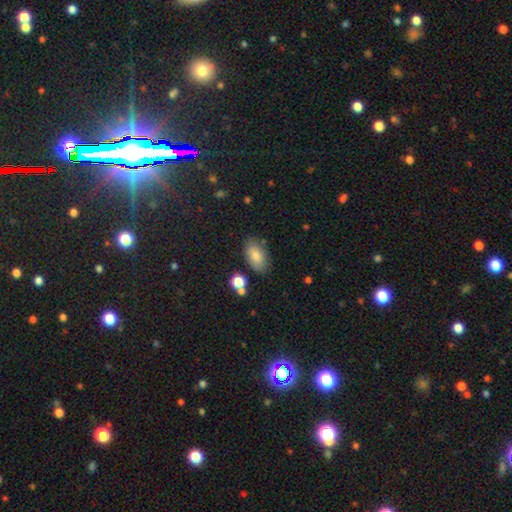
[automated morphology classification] smooth-or-featured: smooth: 82% | featured or disk: 10% | star or artifact: 8%
  how-rounded: in between: 91% | round: 5% | cigar-shaped: 4%
  merging: none: 77% | minor disturbance: 14% | merger: 5% | major disturbance: 4%